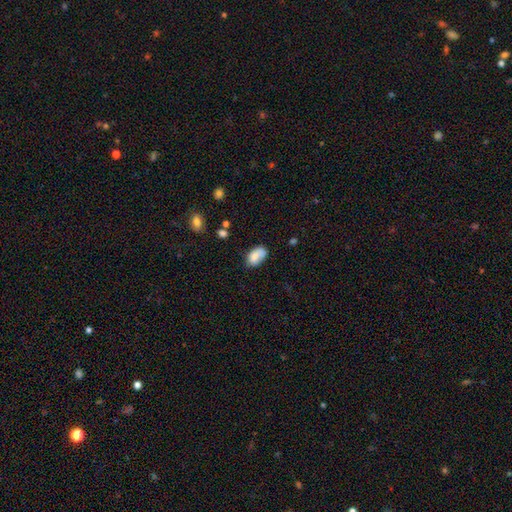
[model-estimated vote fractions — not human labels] Smooth or featured? Predicted: smooth (p=0.77). How rounded? Predicted: in between (p=0.90). Merging? Predicted: none (p=0.53).